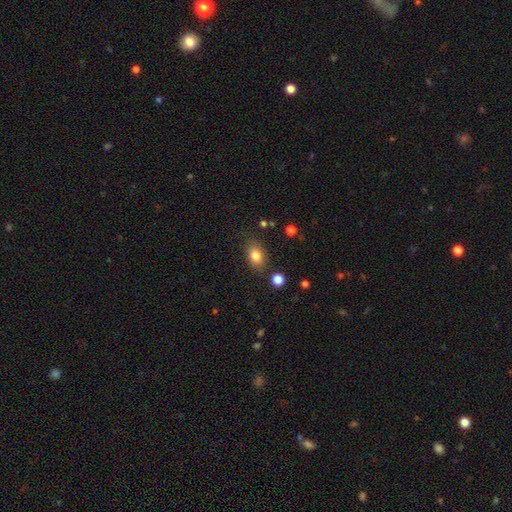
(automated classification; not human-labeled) Smooth or featured: smooth — 83% (star or artifact — 10%)
How rounded: in between — 78% (round — 20%)
Merging: none — 80% (minor disturbance — 13%)